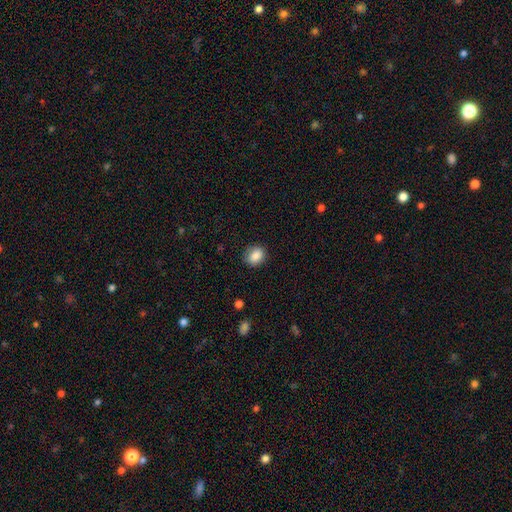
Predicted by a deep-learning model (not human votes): Smooth or featured? smooth (87%)
How rounded? round (51%)
Merging? none (82%)